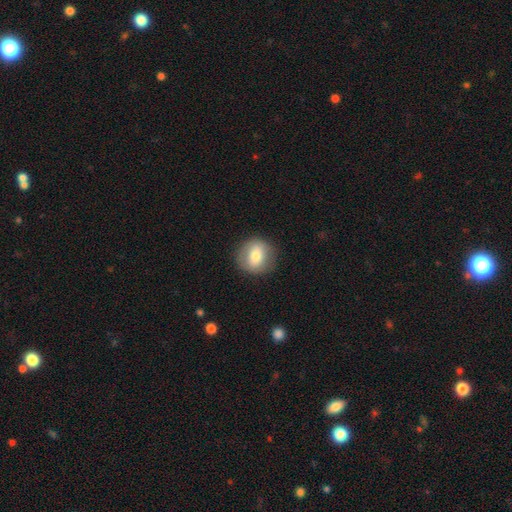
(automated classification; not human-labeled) Smooth or featured?
  - smooth: 71% *
  - featured or disk: 22%
  - star or artifact: 8%
How rounded?
  - round: 84% *
  - in between: 15%
  - cigar-shaped: 1%
Merging?
  - none: 85% *
  - minor disturbance: 10%
  - major disturbance: 4%
  - merger: 1%